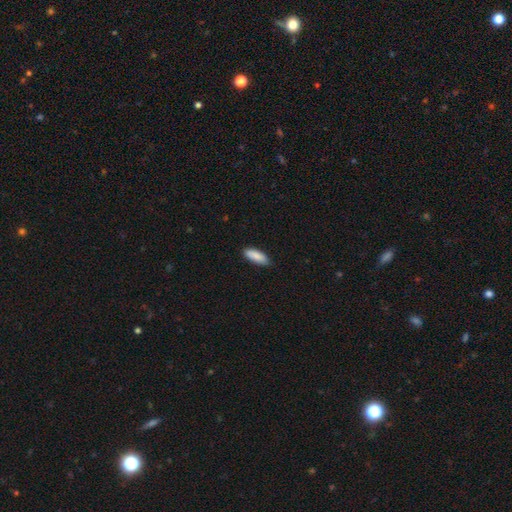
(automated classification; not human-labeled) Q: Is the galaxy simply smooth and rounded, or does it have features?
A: smooth — 88%.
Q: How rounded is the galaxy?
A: in between — 68%.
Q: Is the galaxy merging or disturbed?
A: none — 83%.